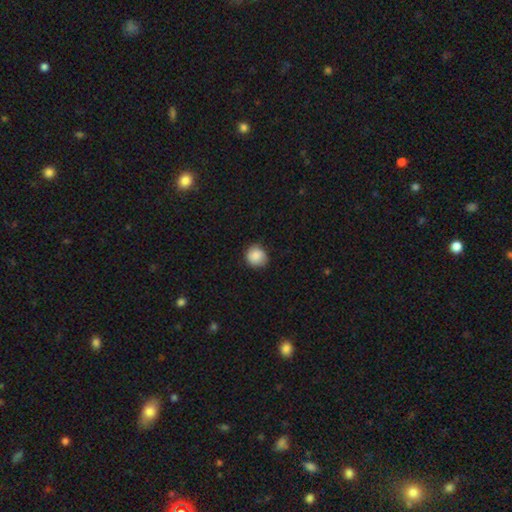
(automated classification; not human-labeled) The model was most divided on "merging": none: 82%, minor disturbance: 14%, major disturbance: 3%, merger: 1%. More confident: how rounded — round (88%); smooth or featured — smooth (88%).